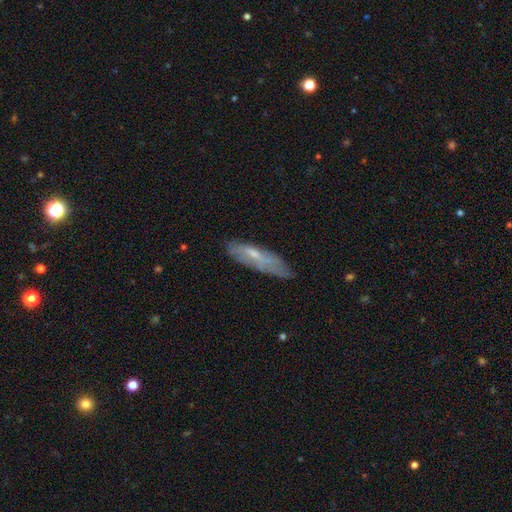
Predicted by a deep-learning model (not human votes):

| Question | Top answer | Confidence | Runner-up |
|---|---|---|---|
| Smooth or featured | smooth | 47% | featured or disk (46%) |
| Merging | none | 65% | minor disturbance (26%) |